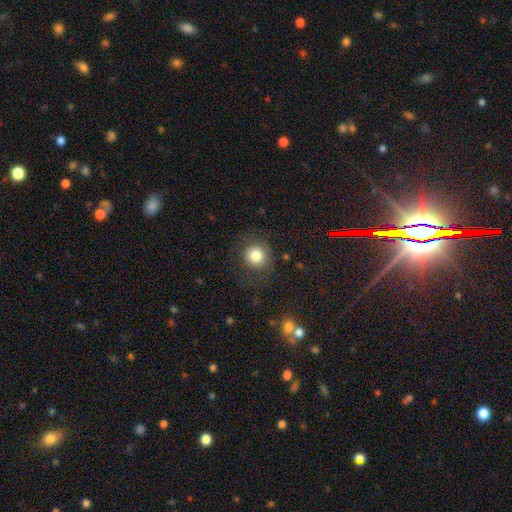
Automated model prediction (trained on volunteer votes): Morphology: type=smooth (81%); roundness=round (88%); merging=none (74%).